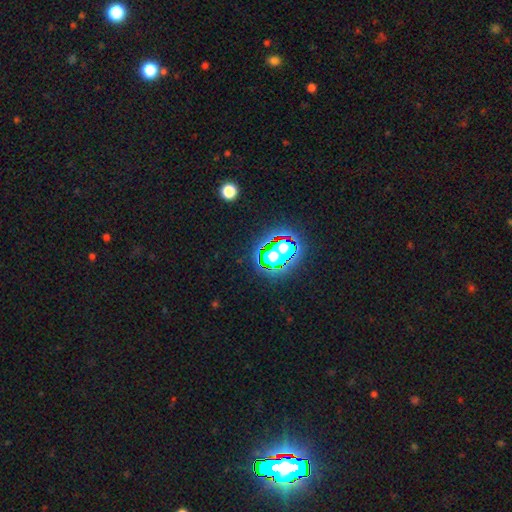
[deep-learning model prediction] smooth_or_featured: star or artifact (p=0.82) [alt: smooth p=0.11]